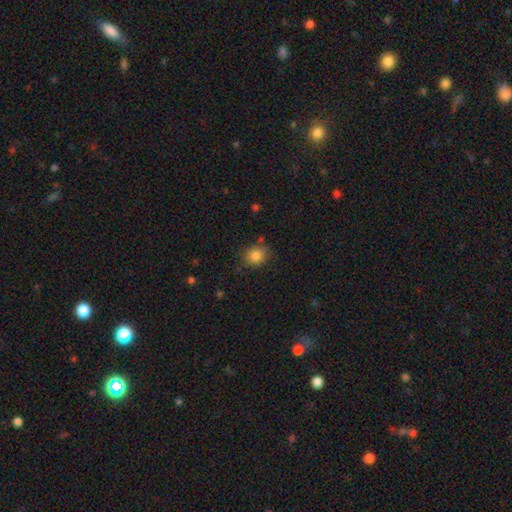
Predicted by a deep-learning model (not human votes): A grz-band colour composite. It shows a smooth galaxy with no disk features (83%) that is round (68%). Merging: none (80%).